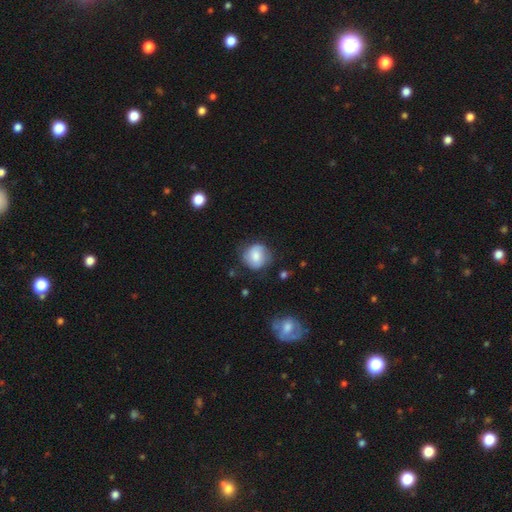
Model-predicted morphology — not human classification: type=smooth (68%); roundness=round (84%); merging=none (72%).